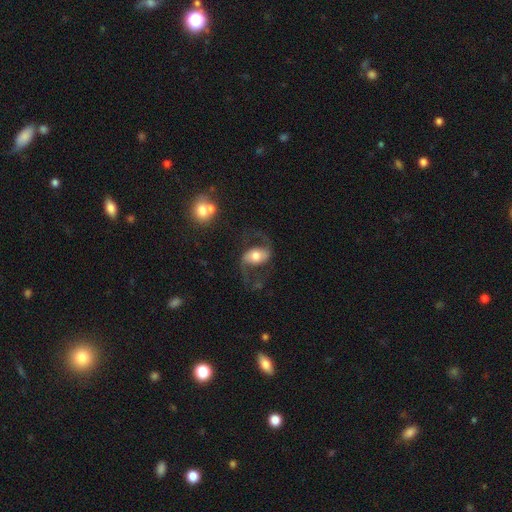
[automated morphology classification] This appears to be a featured or disk galaxy (81%) with no bar (41%), 2 (93%) loose (68%) spiral arms (94%) and a moderate central bulge (55%). Merging: none (67%).